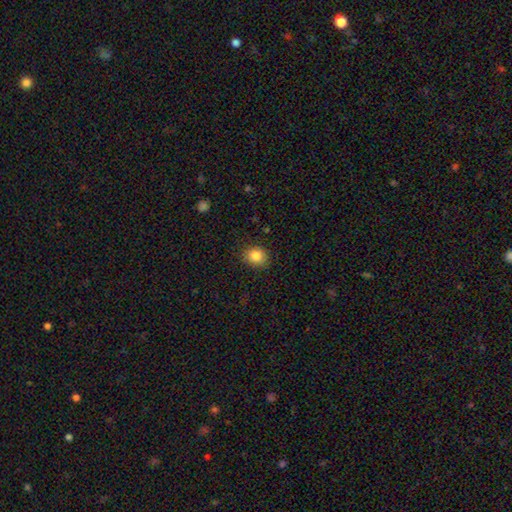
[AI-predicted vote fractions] Smooth or featured? smooth (85%)
How rounded? round (65%)
Merging? none (85%)